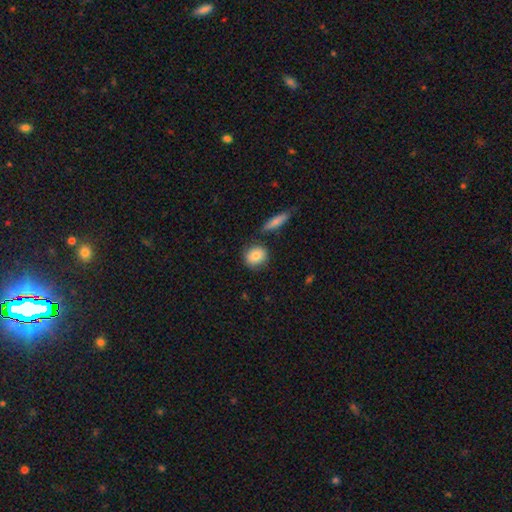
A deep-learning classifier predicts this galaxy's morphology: type=smooth (82%); roundness=round (77%); merging=none (80%).